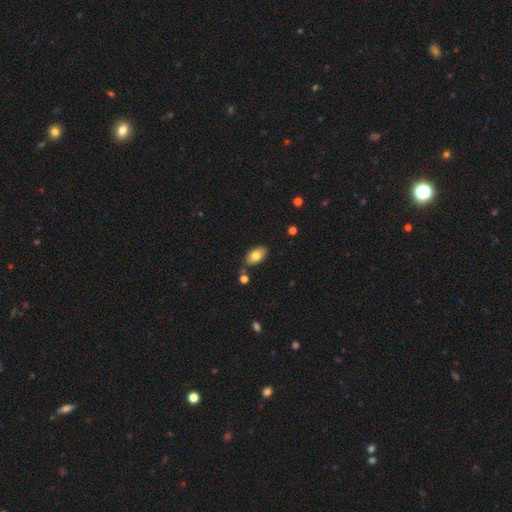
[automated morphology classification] This is likely a smooth galaxy (77%). How rounded: clearly in between (93%). Merging: likely none (77%).